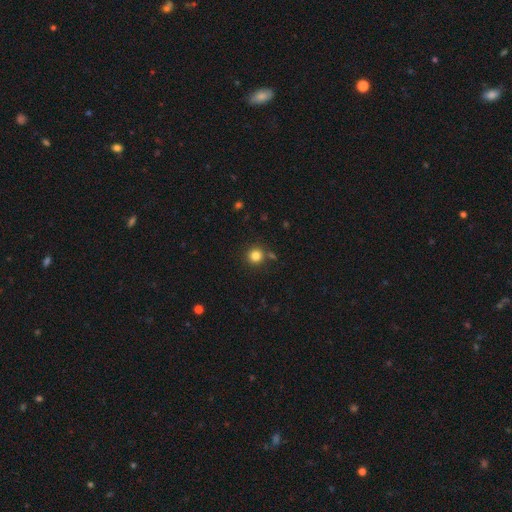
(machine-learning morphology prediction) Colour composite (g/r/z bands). It shows a smooth galaxy with no disk features (82%) that is round (93%). Merging: none (83%).